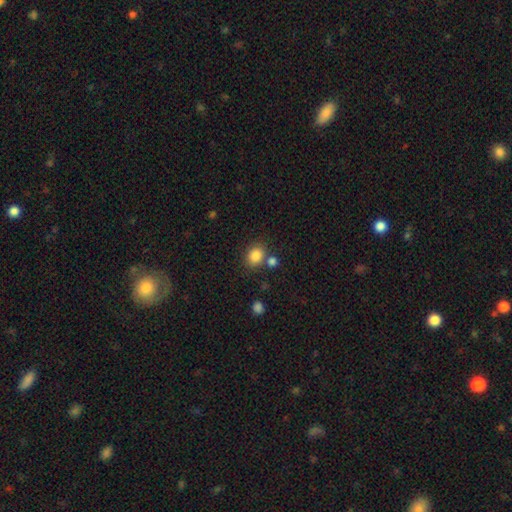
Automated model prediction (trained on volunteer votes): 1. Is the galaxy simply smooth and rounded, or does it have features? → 85% smooth, 10% star or artifact, 5% featured or disk.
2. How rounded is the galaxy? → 56% round, 43% in between, 1% cigar-shaped.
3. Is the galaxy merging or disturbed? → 71% none, 14% merger, 11% minor disturbance, 4% major disturbance.